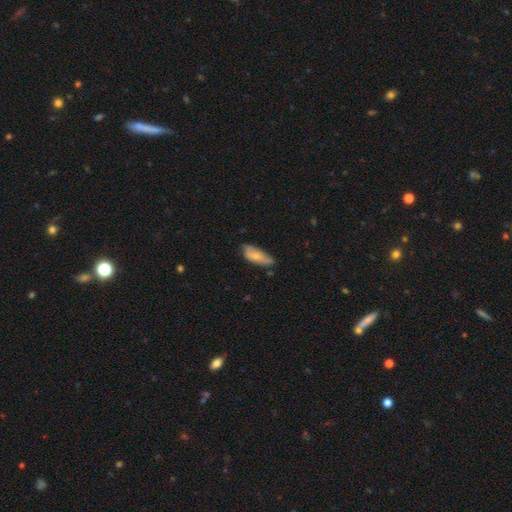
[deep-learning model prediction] Smooth or featured? Predicted: smooth (p=0.70). How rounded? Predicted: in between (p=0.77). Merging? Predicted: none (p=0.45).